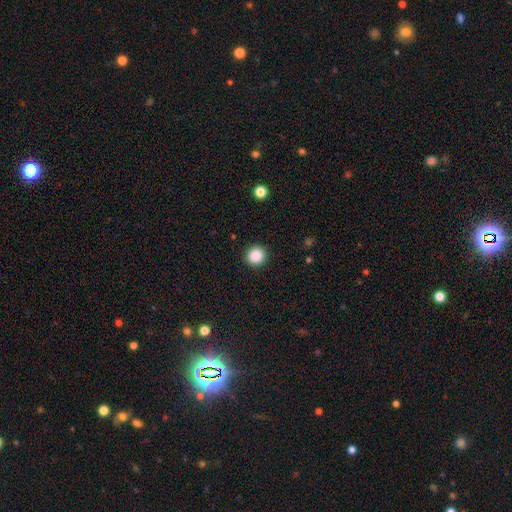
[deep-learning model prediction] A smooth galaxy with no disk features (88%) that is round (95%).

Vote fractions:
- Smooth or featured? smooth: 88% / star or artifact: 10% / featured or disk: 3%
- How rounded? round: 95% / in between: 4% / cigar-shaped: 1%
- Merging? none: 92% / minor disturbance: 5% / major disturbance: 2% / merger: 1%